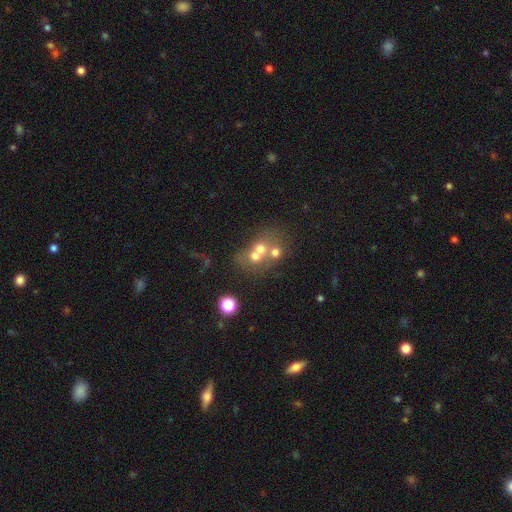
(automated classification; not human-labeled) Smooth or featured? Predicted: smooth (p=0.52). How rounded? Predicted: round (p=0.72). Merging? Predicted: merger (p=0.58).